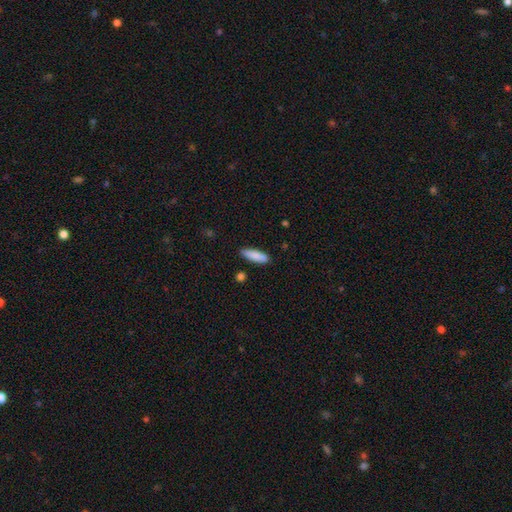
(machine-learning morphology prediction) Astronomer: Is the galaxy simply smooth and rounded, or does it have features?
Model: smooth — 88%.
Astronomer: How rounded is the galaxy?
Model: cigar-shaped — 55% (runner-up: in between, 43%).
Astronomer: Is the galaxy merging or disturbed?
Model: none — 88%.